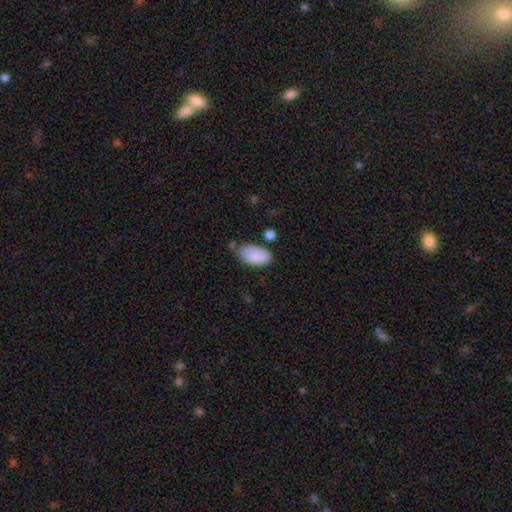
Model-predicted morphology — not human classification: Smooth or featured? Predicted: smooth (p=0.83). How rounded? Predicted: in between (p=0.95). Merging? Predicted: none (p=0.63).